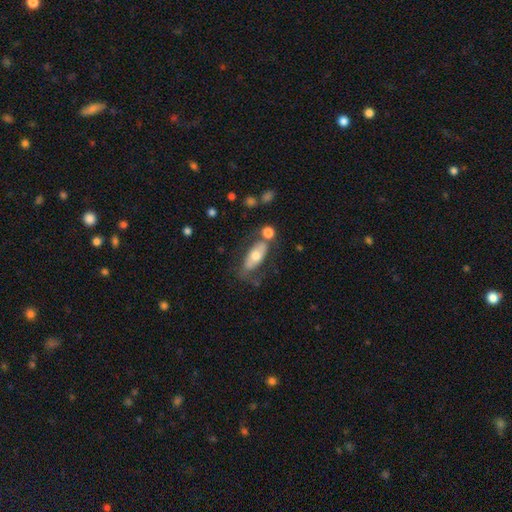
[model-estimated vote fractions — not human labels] This is possibly a smooth galaxy (55%). How rounded: likely in between (78%). Merging: possibly none (55%).